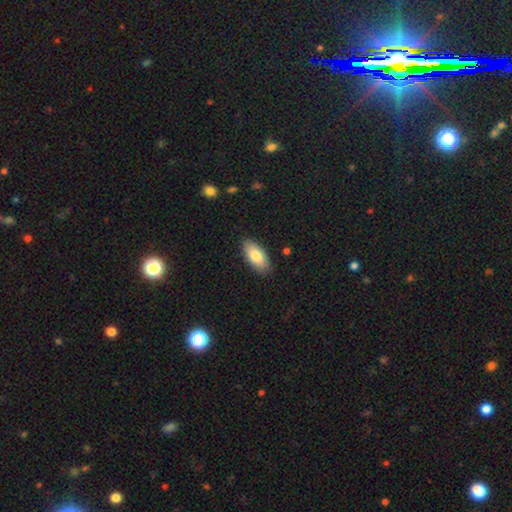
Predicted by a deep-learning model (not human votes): Overall: smooth (81%). How rounded: in between (90%). Merging: none (87%).